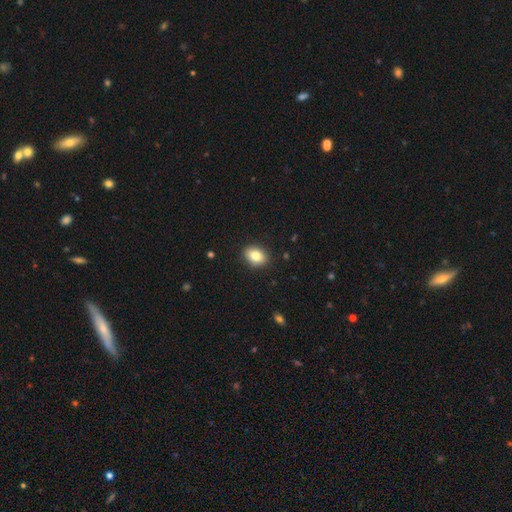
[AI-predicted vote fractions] Smooth or featured?
  - smooth: 83% *
  - featured or disk: 9%
  - star or artifact: 8%
How rounded?
  - in between: 66% *
  - round: 33%
  - cigar-shaped: 1%
Merging?
  - none: 89% *
  - minor disturbance: 8%
  - major disturbance: 2%
  - merger: 1%